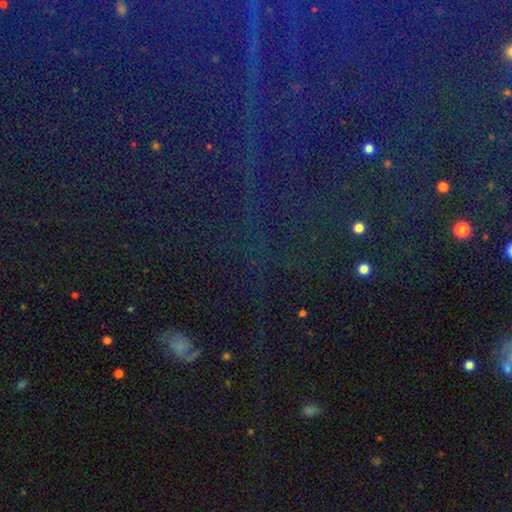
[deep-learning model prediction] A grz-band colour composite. It shows a star or artifact, not a galaxy (78%).